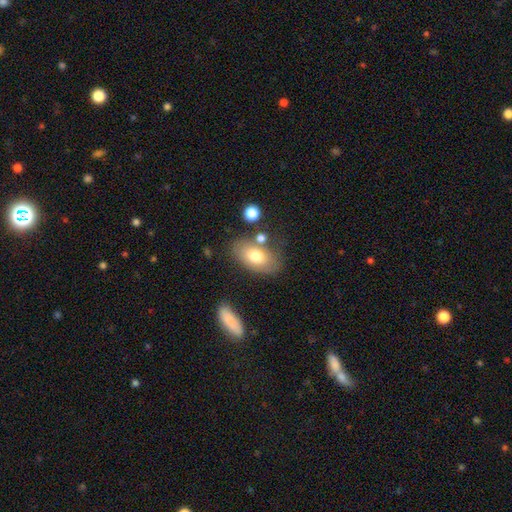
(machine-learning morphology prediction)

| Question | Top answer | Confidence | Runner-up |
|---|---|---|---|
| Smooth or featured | smooth | 71% | featured or disk (21%) |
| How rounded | in between | 89% | round (9%) |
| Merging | none | 65% | minor disturbance (17%) |